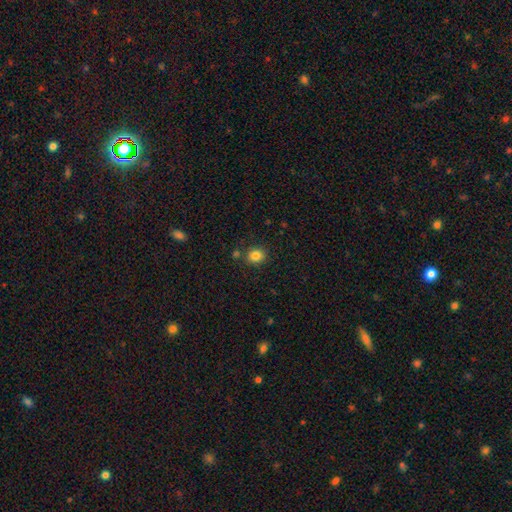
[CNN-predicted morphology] Smooth or featured? Predicted: smooth (p=0.83). How rounded? Predicted: round (p=0.71). Merging? Predicted: none (p=0.82).